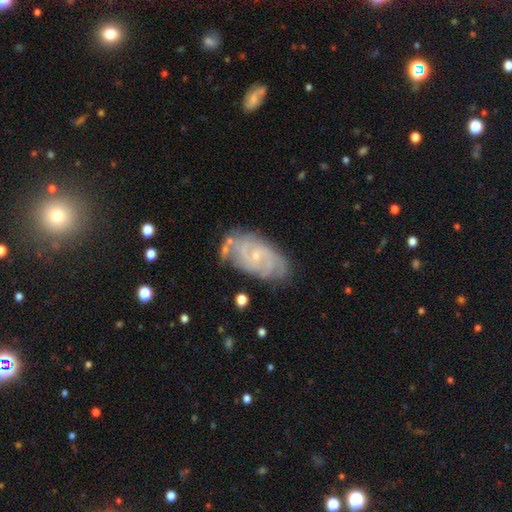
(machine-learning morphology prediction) smooth-or-featured: featured or disk: 81% | smooth: 12% | star or artifact: 7%
  disk-edge-on: no: 96% | yes: 4%
    bar: no: 58% | weak: 36% | strong: 6%
    has-spiral-arms: yes: 93% | no: 7%
      spiral-winding: tight: 55% | medium: 35% | loose: 10%
      spiral-arm-count: 2: 32% | can't tell: 31% | 3: 18% | 4: 9% | more than 4: 5% | 1: 5%
    bulge-size: small: 80% | moderate: 15% | none: 4% | large: 1% | dominant: 1%
  merging: none: 67% | minor disturbance: 22% | major disturbance: 7% | merger: 5%